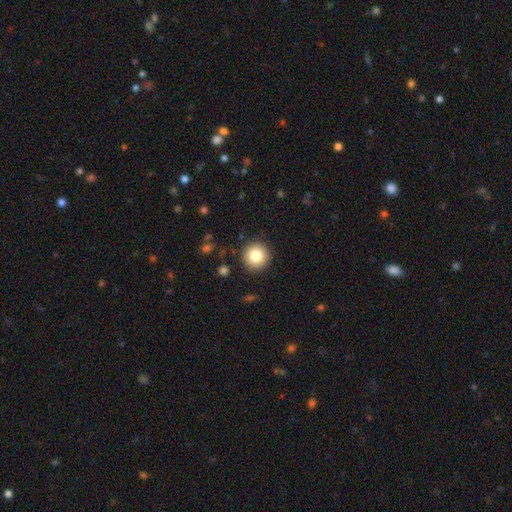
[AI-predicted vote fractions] This is clearly a smooth galaxy (81%). How rounded: clearly round (95%). Merging: clearly none (90%).